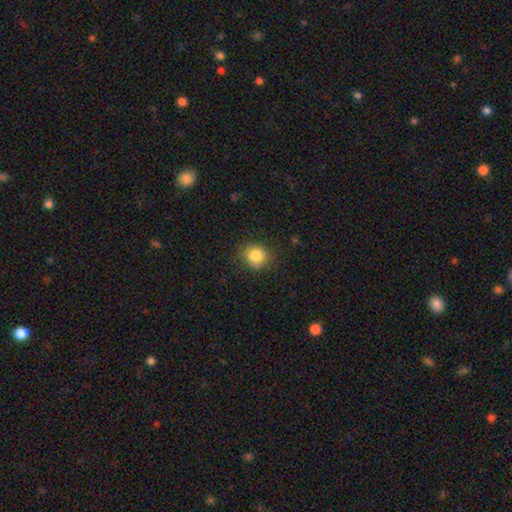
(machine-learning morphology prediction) Smooth or featured? smooth (84%)
How rounded? round (80%)
Merging? none (80%)